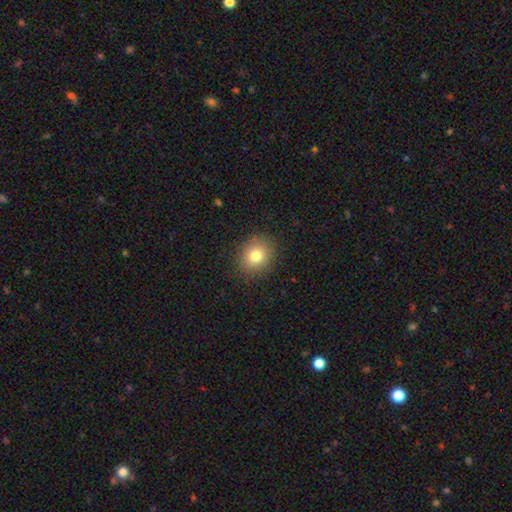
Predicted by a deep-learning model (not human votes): Smooth or featured? smooth (79%)
How rounded? round (68%)
Merging? none (88%)